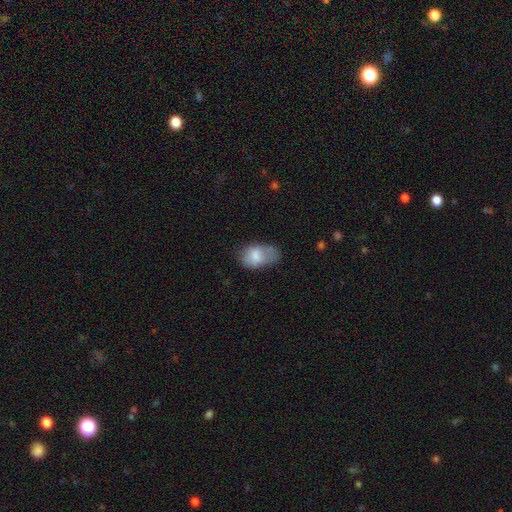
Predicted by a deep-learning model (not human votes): Smooth or featured? smooth (73%)
How rounded? in between (88%)
Merging? none (39%)